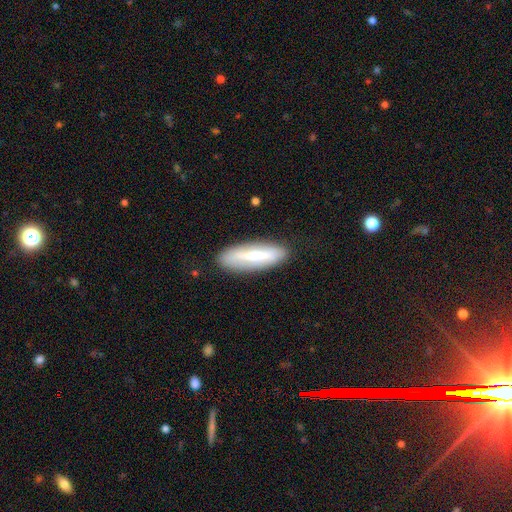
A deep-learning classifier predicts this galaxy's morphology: This appears to be a featured or disk galaxy (50%). Merging: none (85%).